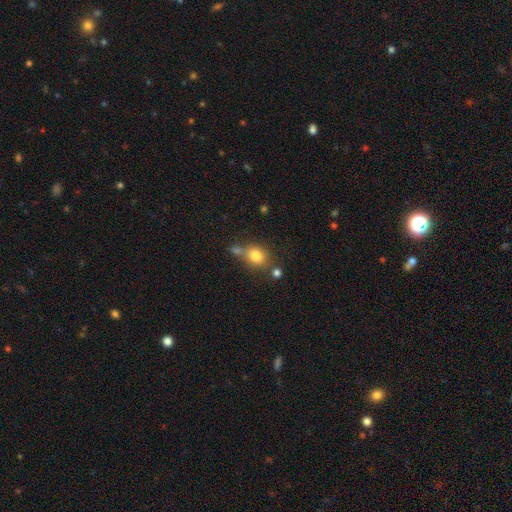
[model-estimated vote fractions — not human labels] Smooth or featured: smooth — 79% (star or artifact — 11%)
How rounded: round — 63% (in between — 36%)
Merging: none — 55% (merger — 24%)